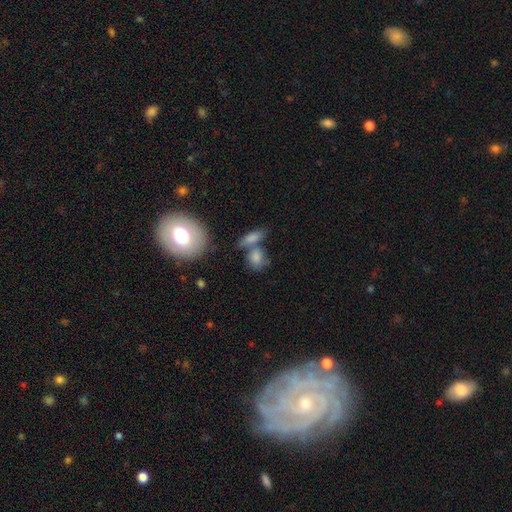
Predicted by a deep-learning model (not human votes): smooth 66%, featured or disk 18%, star or artifact 16%. Down the decision tree: how rounded — round (48%); merging — none (61%).